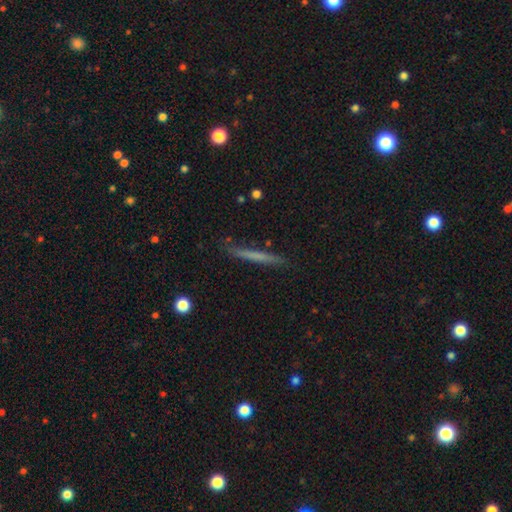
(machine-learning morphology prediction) smooth 58%, featured or disk 35%, star or artifact 6%. Down the decision tree: how rounded — cigar-shaped (96%); merging — none (85%).